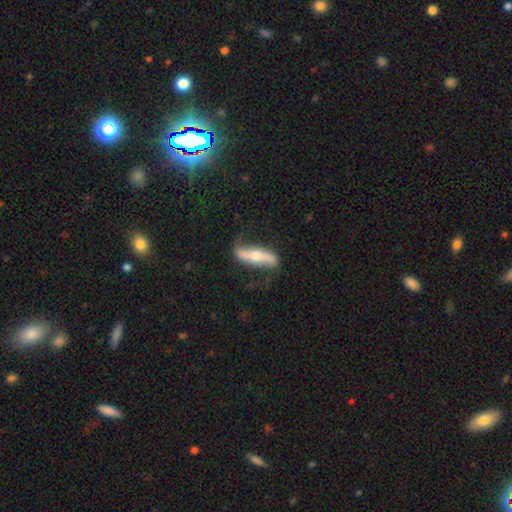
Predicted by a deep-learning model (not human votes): smooth_or_featured: featured or disk (p=0.76) [alt: smooth p=0.18]
disk_edge_on: no (p=0.61) [alt: yes p=0.39]
merging: none (p=0.72) [alt: minor disturbance p=0.17]